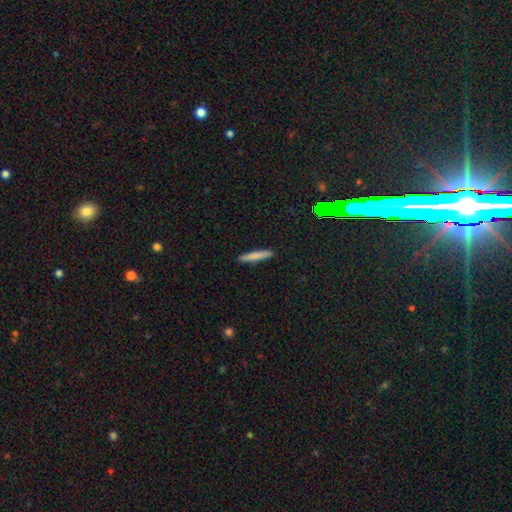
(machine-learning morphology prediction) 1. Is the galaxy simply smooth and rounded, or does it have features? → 79% smooth, 14% featured or disk, 7% star or artifact.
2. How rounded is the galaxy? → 95% cigar-shaped, 4% in between, 1% round.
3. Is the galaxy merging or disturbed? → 92% none, 6% minor disturbance, 1% major disturbance, 1% merger.